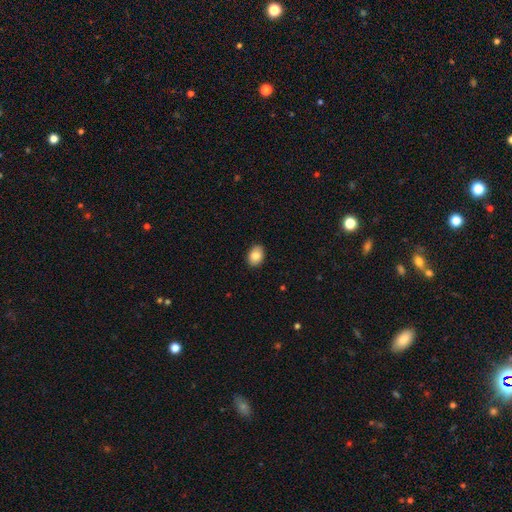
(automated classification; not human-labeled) Smooth or featured?
  - smooth: 86% *
  - star or artifact: 7%
  - featured or disk: 7%
How rounded?
  - in between: 80% *
  - round: 19%
  - cigar-shaped: 1%
Merging?
  - none: 90% *
  - minor disturbance: 7%
  - major disturbance: 2%
  - merger: 1%